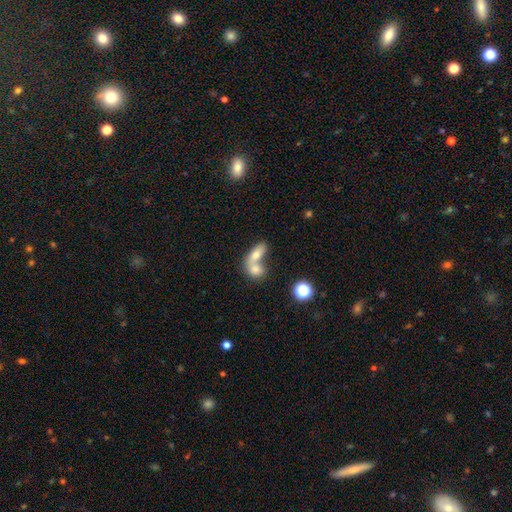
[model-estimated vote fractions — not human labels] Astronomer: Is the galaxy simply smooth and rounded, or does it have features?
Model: smooth — 68%.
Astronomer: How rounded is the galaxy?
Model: in between — 73%.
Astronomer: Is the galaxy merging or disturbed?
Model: merger — 73%.